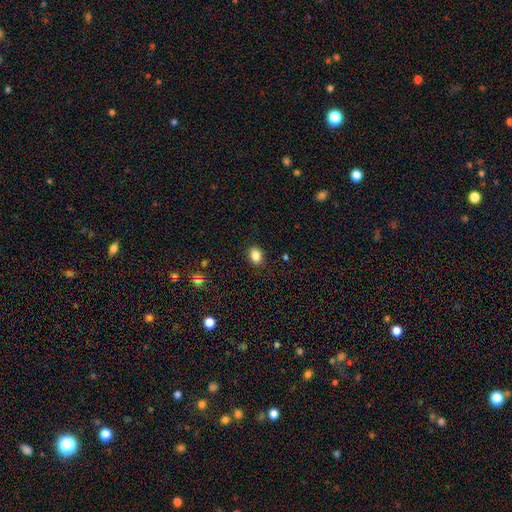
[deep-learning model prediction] A smooth galaxy with no disk features (83%) that is in between round and cigar-shaped (64%). Merging: none (89%).